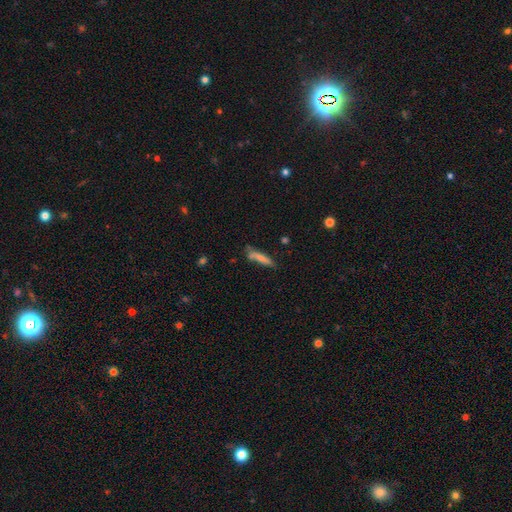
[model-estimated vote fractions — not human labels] The model was most divided on "smooth or featured": smooth: 63%, featured or disk: 26%, star or artifact: 11%. More confident: how rounded — cigar-shaped (90%); merging — none (71%).